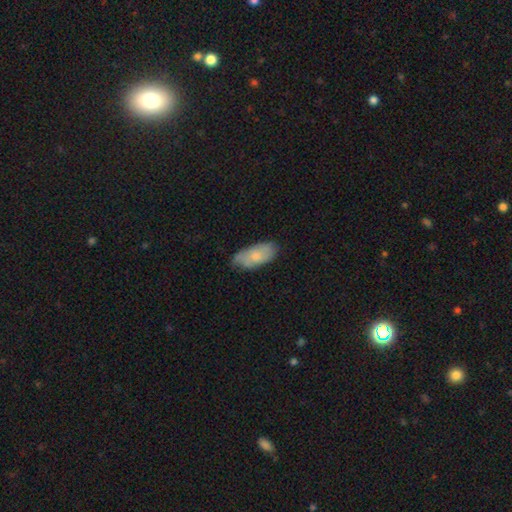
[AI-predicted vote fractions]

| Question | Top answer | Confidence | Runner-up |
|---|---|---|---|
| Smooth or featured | smooth | 71% | featured or disk (23%) |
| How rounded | in between | 91% | cigar-shaped (7%) |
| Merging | none | 64% | minor disturbance (29%) |